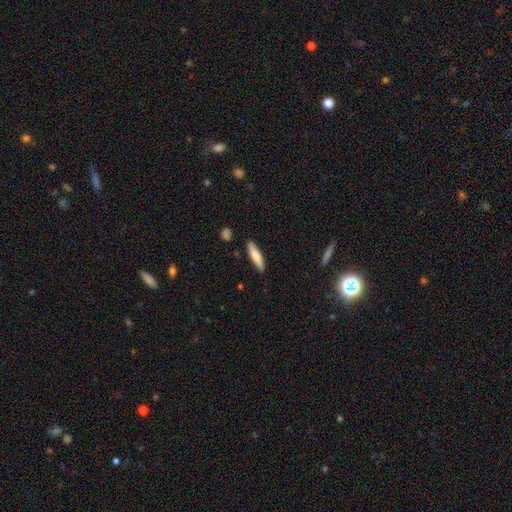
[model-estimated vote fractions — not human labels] Morphology: type=smooth (78%); roundness=cigar-shaped (79%); merging=none (87%).